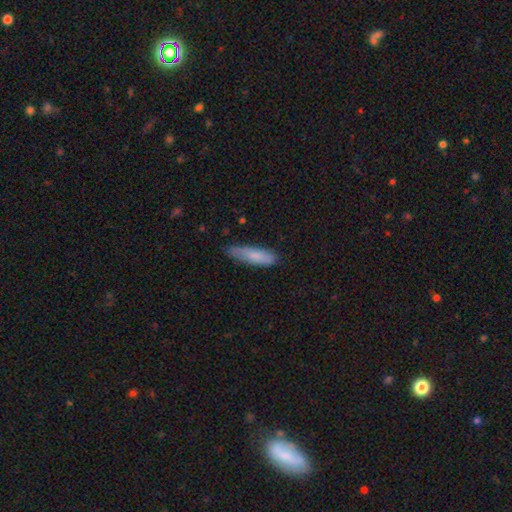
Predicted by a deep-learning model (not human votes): A smooth galaxy with no disk features (78%) that is cigar-shaped (60%).

Vote fractions:
- Smooth or featured? smooth: 78% / featured or disk: 16% / star or artifact: 6%
- How rounded? cigar-shaped: 60% / in between: 38% / round: 2%
- Merging? none: 66% / minor disturbance: 28% / major disturbance: 5% / merger: 2%